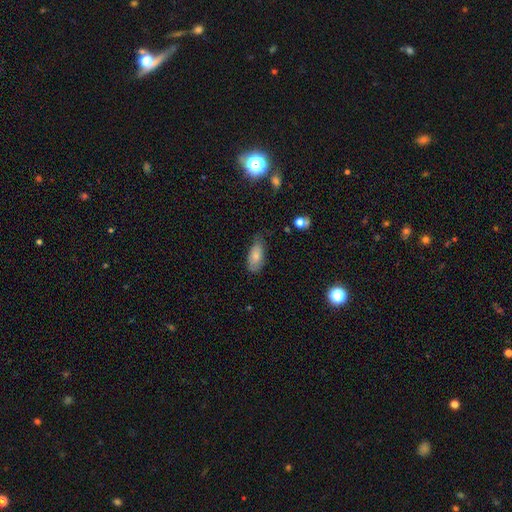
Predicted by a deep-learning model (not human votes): Smooth or featured: smooth — 79% (featured or disk — 14%)
How rounded: in between — 87% (cigar-shaped — 10%)
Merging: none — 60% (minor disturbance — 32%)